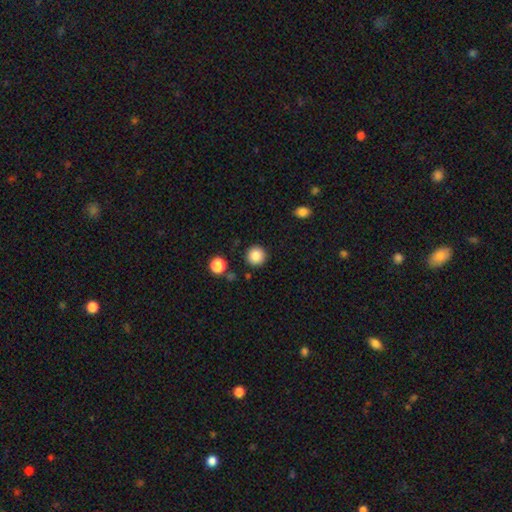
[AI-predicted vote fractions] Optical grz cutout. It shows a smooth galaxy with no disk features (86%) that is round (95%). Merging: none (90%).